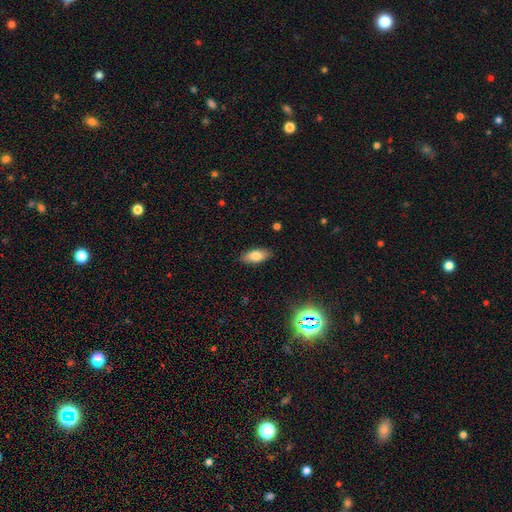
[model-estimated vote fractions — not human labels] Smooth or featured?
  - smooth: 80% *
  - featured or disk: 13%
  - star or artifact: 8%
How rounded?
  - in between: 86% *
  - cigar-shaped: 12%
  - round: 3%
Merging?
  - none: 87% *
  - minor disturbance: 10%
  - major disturbance: 2%
  - merger: 1%